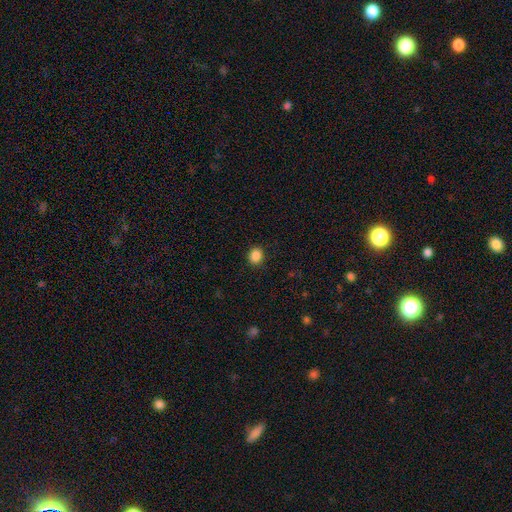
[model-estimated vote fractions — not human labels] Smooth or featured: smooth — 87% (star or artifact — 10%)
How rounded: round — 71% (in between — 28%)
Merging: none — 90% (minor disturbance — 7%)